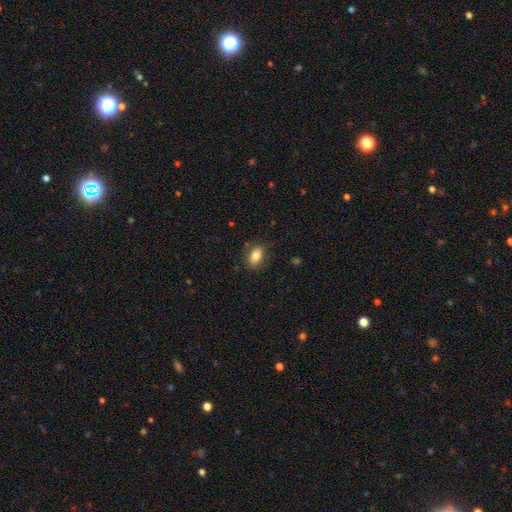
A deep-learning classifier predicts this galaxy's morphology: Overall: smooth (78%). How rounded: in between (87%). Merging: none (80%).